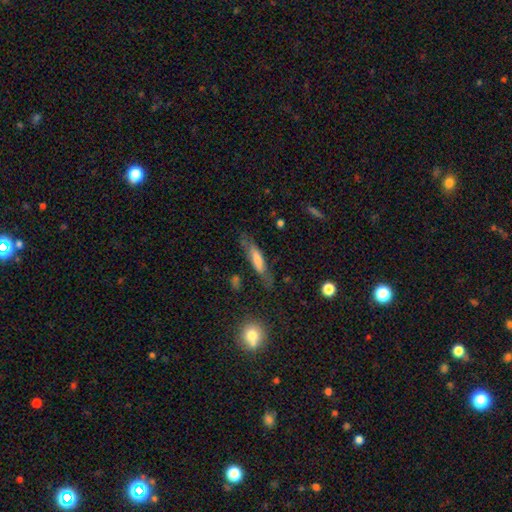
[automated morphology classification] This appears to be a featured or disk galaxy (47%). Merging: none (75%).